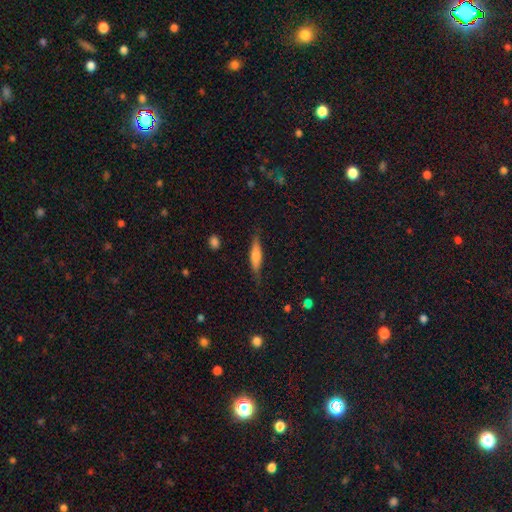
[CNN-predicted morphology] This is possibly a smooth galaxy (51%). How rounded: likely cigar-shaped (74%). Merging: likely none (78%).